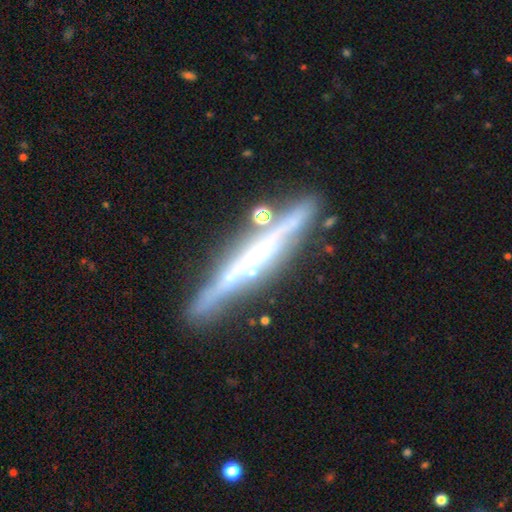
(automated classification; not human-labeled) Overall: featured or disk (78%). Edge-on disk: yes (96%). Edge-on bulge: none (50%; rounded 35%). Merging: none (82%).